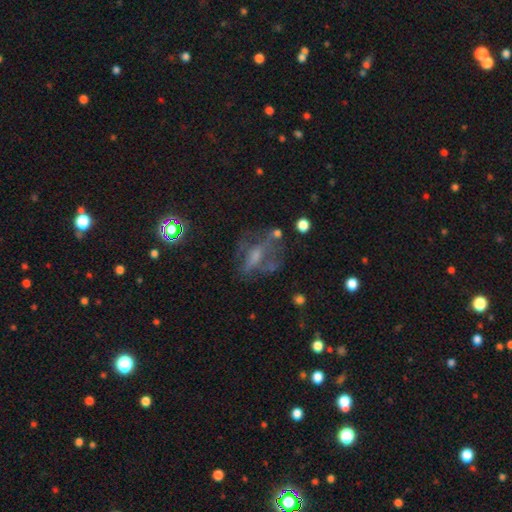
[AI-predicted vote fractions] Smooth or featured? Predicted: featured or disk (p=0.50). Edge-on disk? Predicted: no (p=0.88). Merging? Predicted: none (p=0.46).